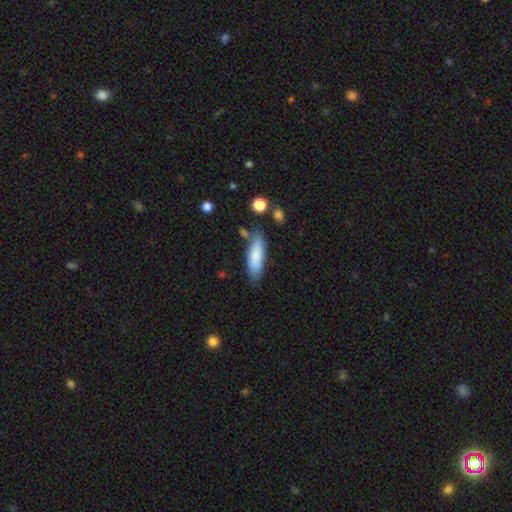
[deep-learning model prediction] A smooth galaxy with no disk features (81%) that is cigar-shaped (50%).

Vote fractions:
- Smooth or featured? smooth: 81% / featured or disk: 13% / star or artifact: 6%
- How rounded? cigar-shaped: 50% / in between: 49% / round: 2%
- Merging? none: 72% / minor disturbance: 18% / merger: 6% / major disturbance: 4%